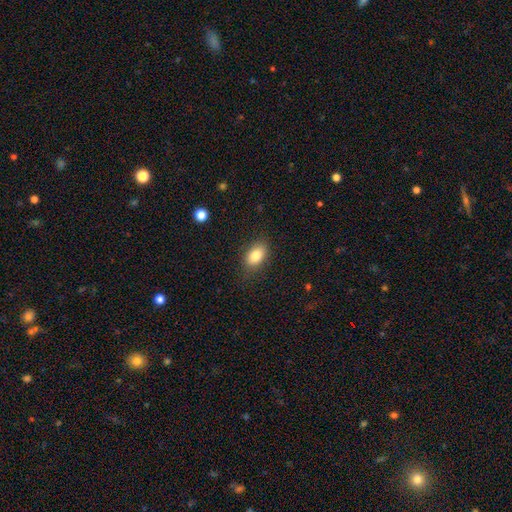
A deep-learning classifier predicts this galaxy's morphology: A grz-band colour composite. It shows a smooth galaxy with no disk features (83%) that is in between round and cigar-shaped (88%). Merging: none (84%).